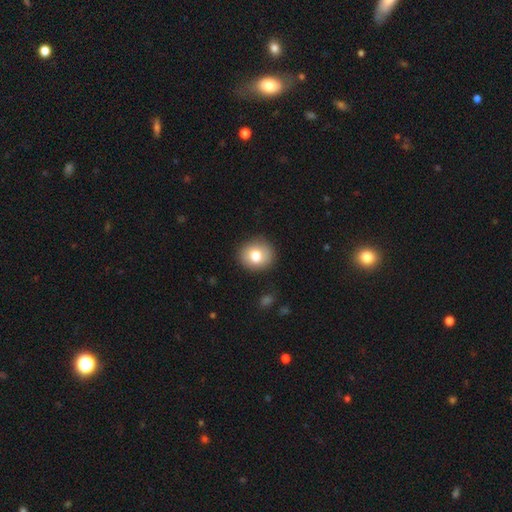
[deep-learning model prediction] Smooth or featured? smooth (77%)
How rounded? round (77%)
Merging? none (88%)